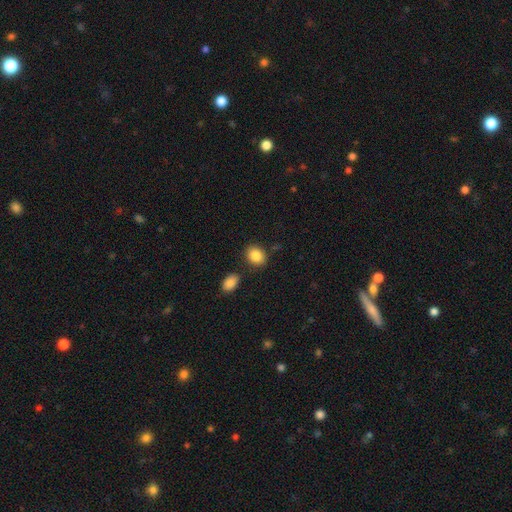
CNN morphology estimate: Overall: smooth (87%). How rounded: in between (53%; round 46%). Merging: none (79%).